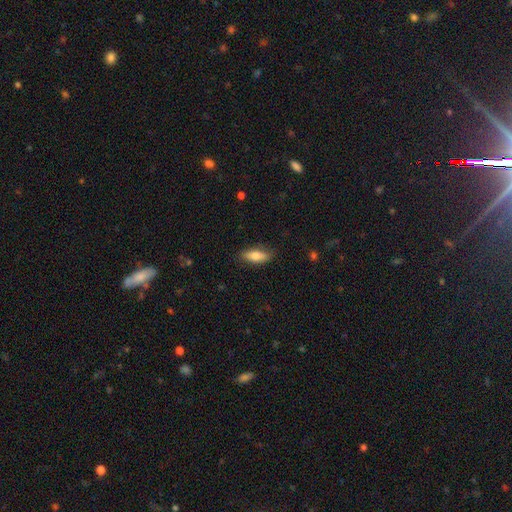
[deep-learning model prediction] Smooth or featured: smooth — 75% (featured or disk — 18%)
How rounded: in between — 69% (cigar-shaped — 28%)
Merging: none — 81% (minor disturbance — 15%)